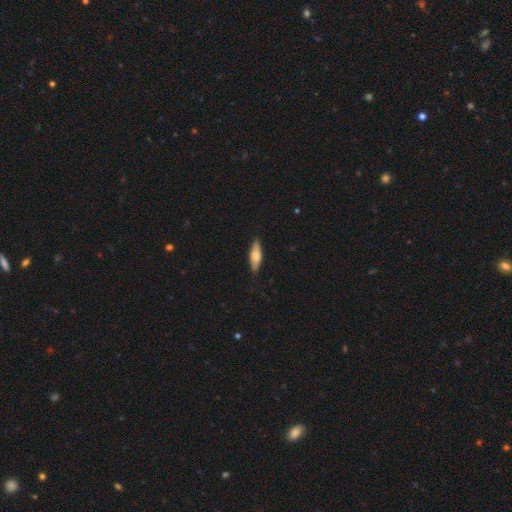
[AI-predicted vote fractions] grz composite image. It shows a smooth galaxy with no disk features (60%) that is cigar-shaped (52%). Merging: none (86%).